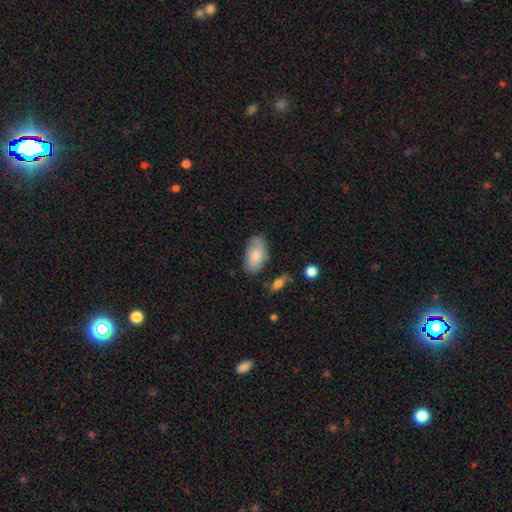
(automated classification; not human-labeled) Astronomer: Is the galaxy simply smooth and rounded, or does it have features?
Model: smooth — 78%.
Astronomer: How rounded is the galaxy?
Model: in between — 95%.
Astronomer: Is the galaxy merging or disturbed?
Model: none — 73%.